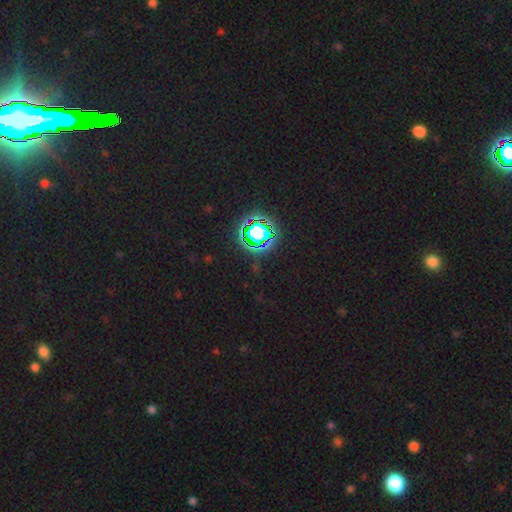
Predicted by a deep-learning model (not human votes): Morphology: type=star or artifact (80%).